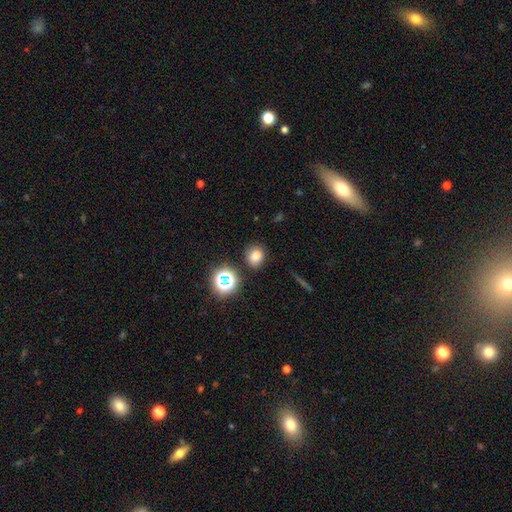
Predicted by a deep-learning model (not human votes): This is likely a smooth galaxy (74%). How rounded: likely round (69%). Merging: clearly none (84%).